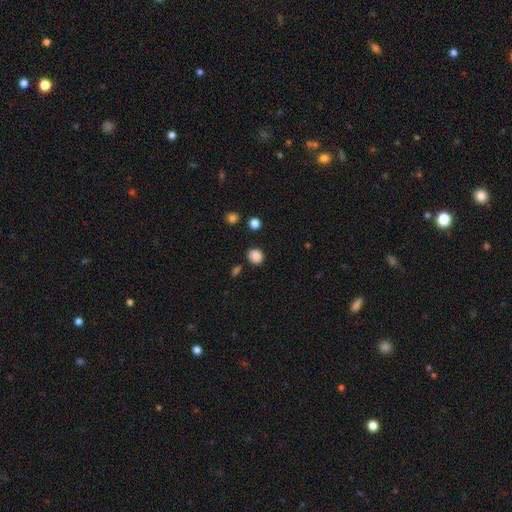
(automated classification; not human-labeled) Q: Smooth or featured?
A: smooth (86%); runner-up: star or artifact (11%)
Q: How rounded?
A: round (72%); runner-up: in between (28%)
Q: Merging?
A: none (82%); runner-up: minor disturbance (11%)